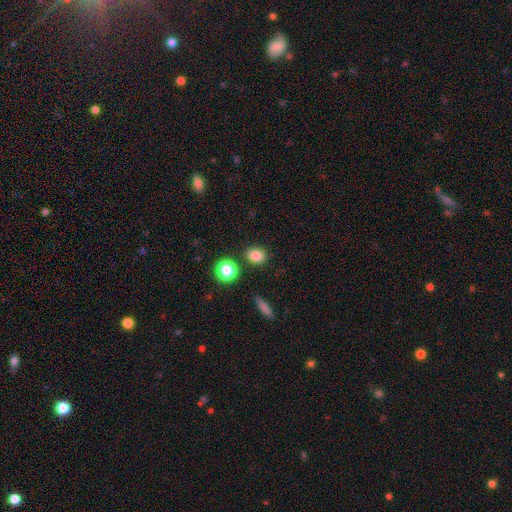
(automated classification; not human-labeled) Smooth or featured? smooth (83%)
How rounded? round (54%)
Merging? none (84%)